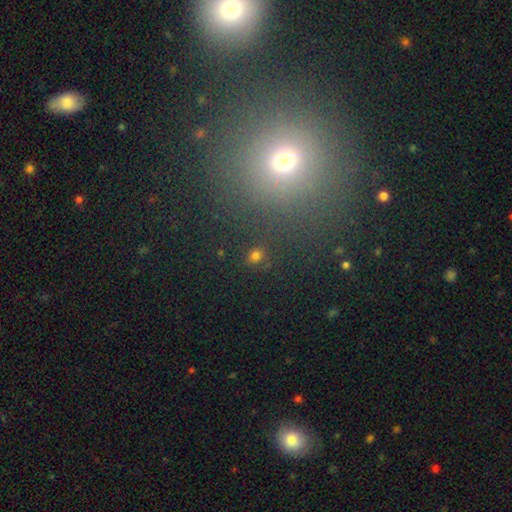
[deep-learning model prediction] Q: Smooth or featured?
A: smooth (69%); runner-up: star or artifact (24%)
Q: How rounded?
A: round (63%); runner-up: in between (35%)
Q: Merging?
A: none (81%); runner-up: minor disturbance (10%)